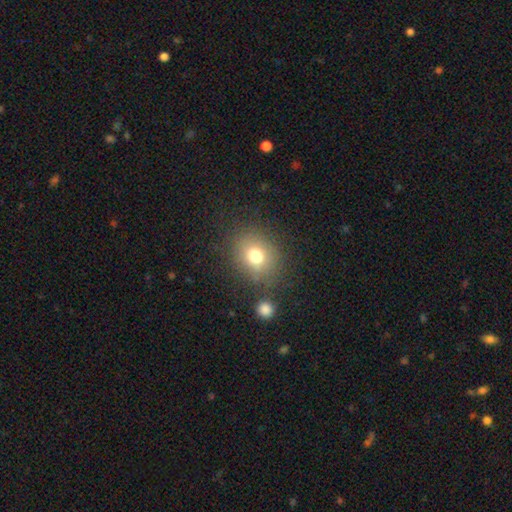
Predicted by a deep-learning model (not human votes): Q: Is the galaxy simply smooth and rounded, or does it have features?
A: smooth — 75%.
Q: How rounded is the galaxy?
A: round — 66%.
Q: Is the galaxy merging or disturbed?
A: none — 77%.